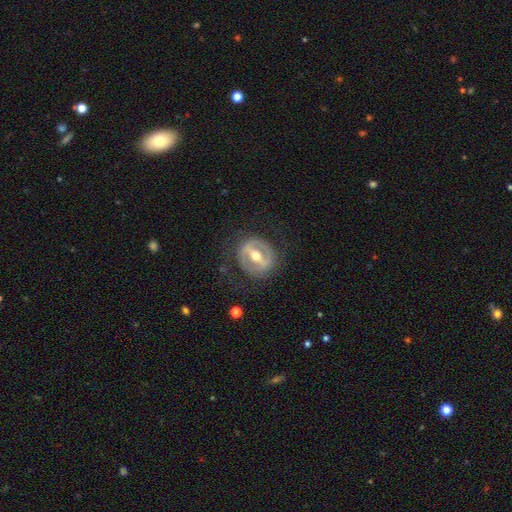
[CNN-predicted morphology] Overall: featured or disk (75%). Edge-on disk: no (89%). Bar: strong (69%). Spiral arms: no (74%). Bulge size: moderate (75%). Merging: none (78%).